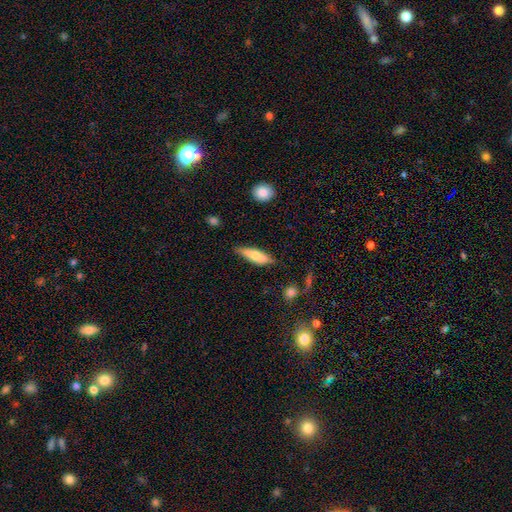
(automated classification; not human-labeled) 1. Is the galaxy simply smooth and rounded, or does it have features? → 66% smooth, 28% featured or disk, 6% star or artifact.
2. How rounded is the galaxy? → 54% cigar-shaped, 44% in between, 2% round.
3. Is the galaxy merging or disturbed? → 71% none, 22% minor disturbance, 4% major disturbance, 2% merger.